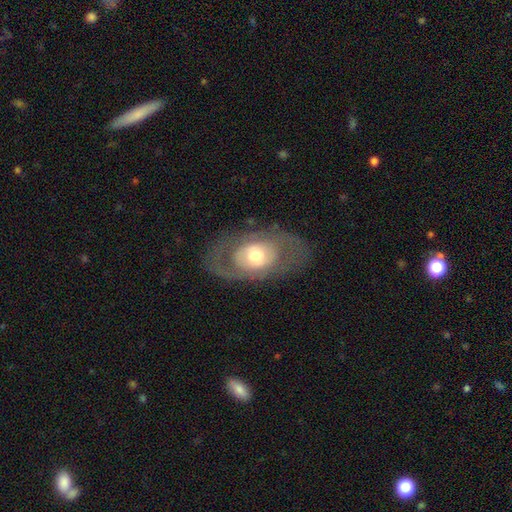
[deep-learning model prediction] Smooth or featured: featured or disk — 60% (smooth — 34%)
Edge-on disk: no — 90% (yes — 10%)
Bar: no — 79% (weak — 16%)
Spiral arms: no — 65% (yes — 35%)
Bulge size: moderate — 62% (large — 21%)
Merging: none — 74% (minor disturbance — 14%)